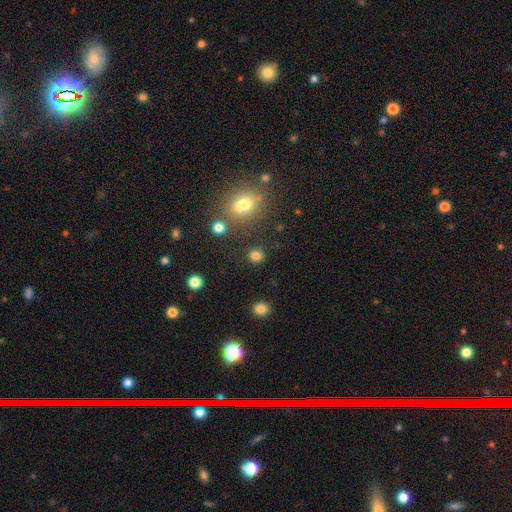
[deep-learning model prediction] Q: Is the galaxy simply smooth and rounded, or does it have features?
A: smooth — 82%.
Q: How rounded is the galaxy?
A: round — 83%.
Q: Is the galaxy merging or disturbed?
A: none — 85%.